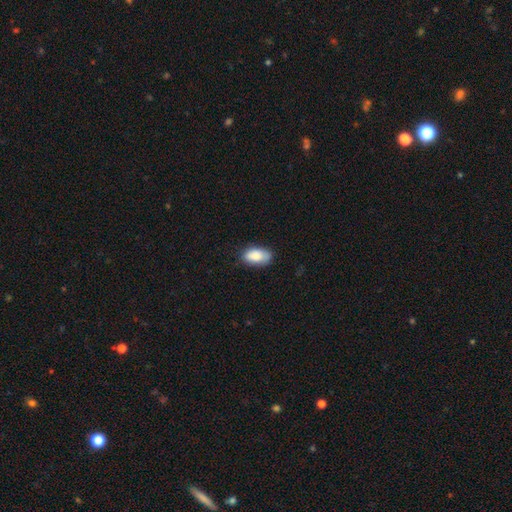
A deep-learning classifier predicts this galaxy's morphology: A smooth galaxy with no disk features (84%) that is in between round and cigar-shaped (93%). Merging: none (73%).